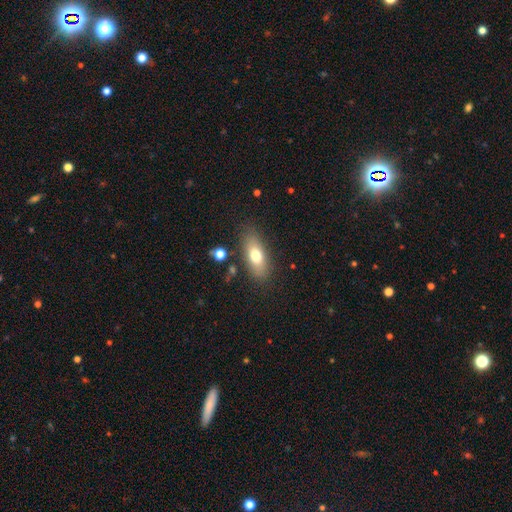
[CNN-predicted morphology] type=smooth (73%); roundness=in between (80%); merging=none (82%).